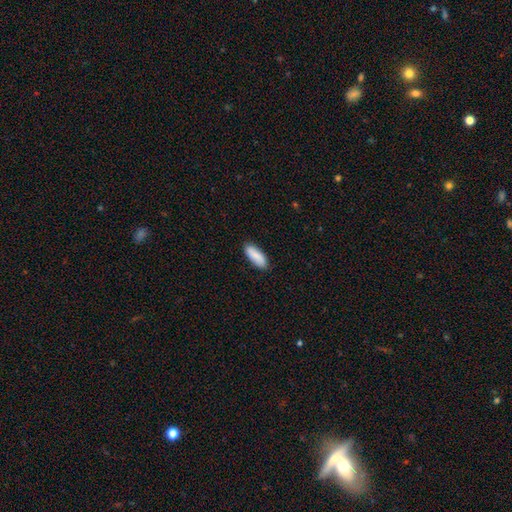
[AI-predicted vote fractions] This is clearly a smooth galaxy (87%). How rounded: likely in between (69%). Merging: clearly none (87%).